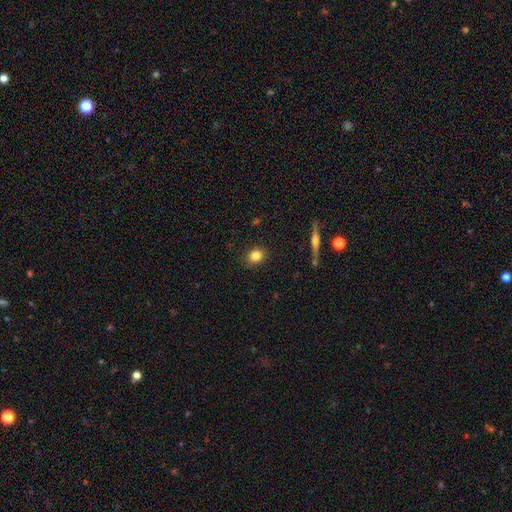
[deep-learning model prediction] This is clearly a smooth galaxy (81%). How rounded: likely round (71%). Merging: clearly none (88%).